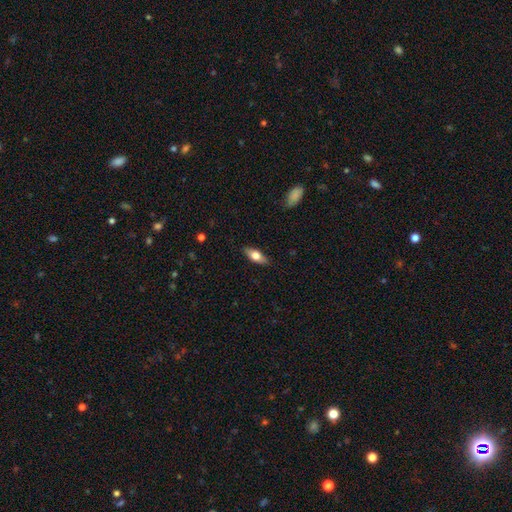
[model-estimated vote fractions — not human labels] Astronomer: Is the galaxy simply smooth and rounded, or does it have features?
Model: smooth — 58% (runner-up: featured or disk, 35%).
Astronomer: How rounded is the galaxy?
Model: in between — 70%.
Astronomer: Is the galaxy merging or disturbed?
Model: none — 87%.